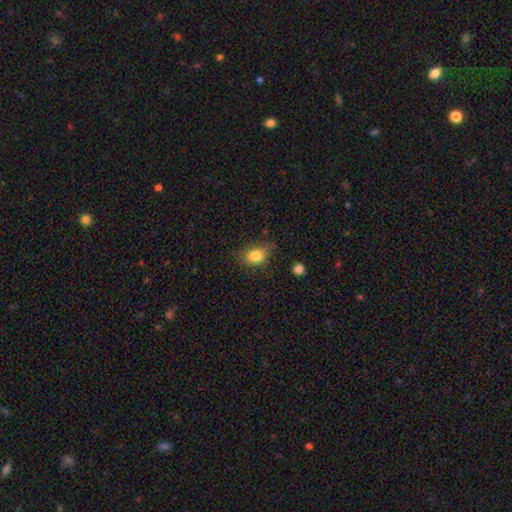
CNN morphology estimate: Smooth or featured? Predicted: smooth (p=0.82). How rounded? Predicted: in between (p=0.62). Merging? Predicted: none (p=0.70).